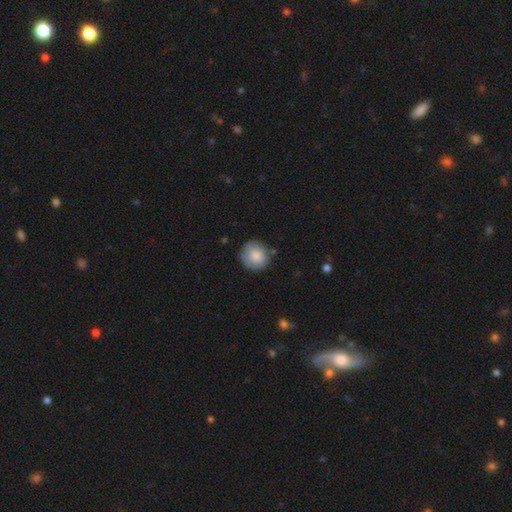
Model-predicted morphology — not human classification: smooth-or-featured: smooth: 85% | featured or disk: 8% | star or artifact: 7%
  how-rounded: round: 89% | in between: 10% | cigar-shaped: 1%
  merging: none: 81% | minor disturbance: 13% | major disturbance: 3% | merger: 3%